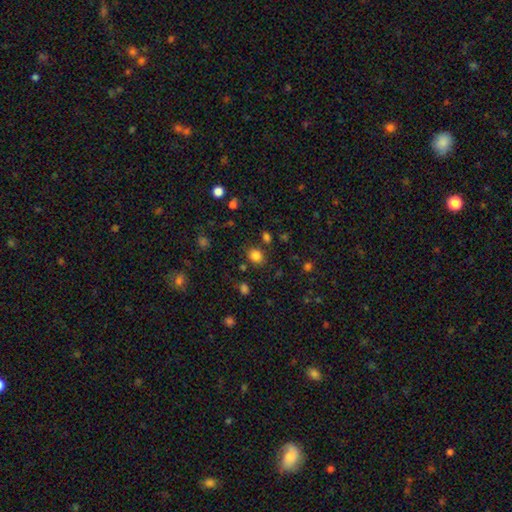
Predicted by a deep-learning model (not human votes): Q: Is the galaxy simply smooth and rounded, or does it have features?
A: smooth — 82%.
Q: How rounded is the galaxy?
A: round — 55%.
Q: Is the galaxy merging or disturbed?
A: none — 80%.